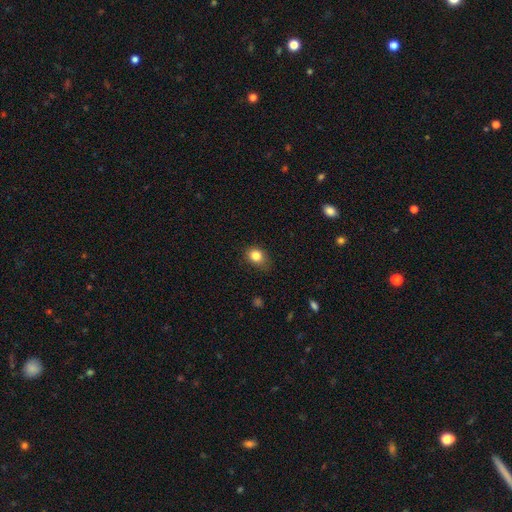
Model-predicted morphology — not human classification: Smooth or featured? smooth (83%)
How rounded? round (51%)
Merging? none (72%)